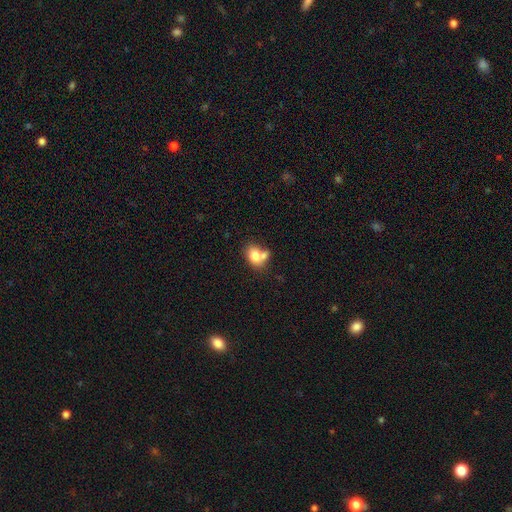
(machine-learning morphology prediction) Smooth or featured: smooth — 77% (featured or disk — 15%)
How rounded: in between — 68% (round — 31%)
Merging: merger — 47% (none — 35%)